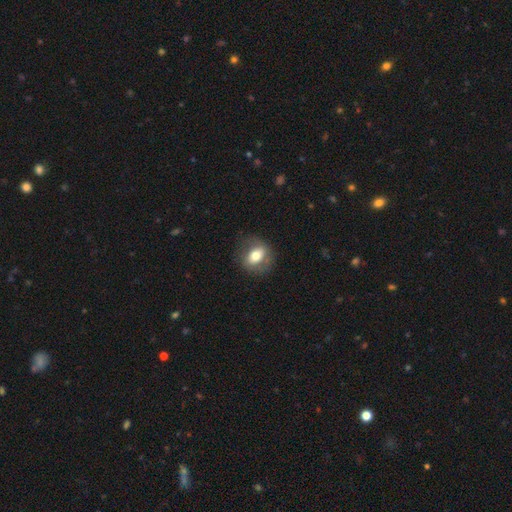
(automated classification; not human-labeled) Morphology: type=smooth (61%); roundness=in between (60%); merging=none (77%).